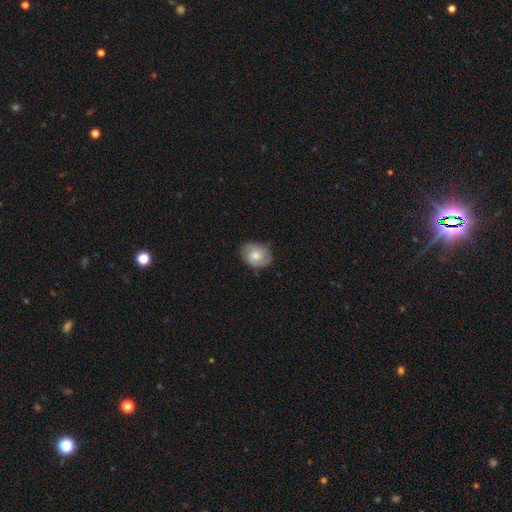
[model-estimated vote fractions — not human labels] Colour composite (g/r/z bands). It shows a smooth galaxy with no disk features (53%) that is in between round and cigar-shaped (51%). Merging: none (78%).